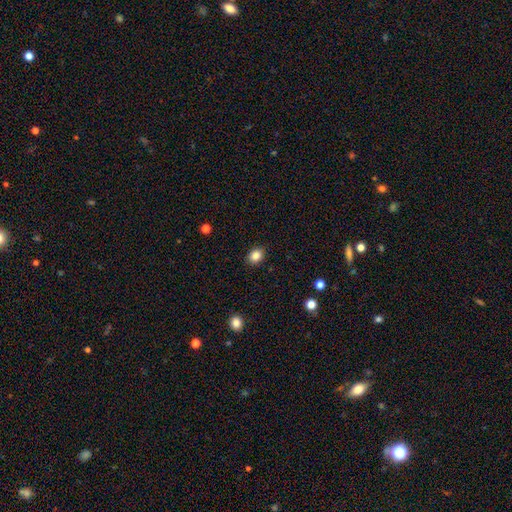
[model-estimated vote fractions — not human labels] A smooth galaxy with no disk features (85%) that is in between round and cigar-shaped (55%). Merging: none (89%).